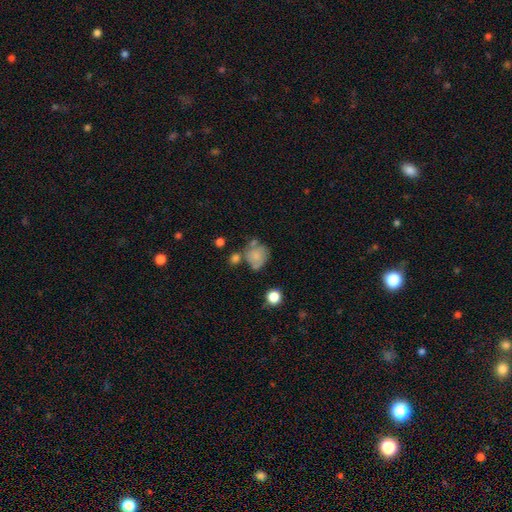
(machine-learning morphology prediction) Overall: smooth (71%). How rounded: round (72%). Merging: none (44%; minor disturbance 24%).